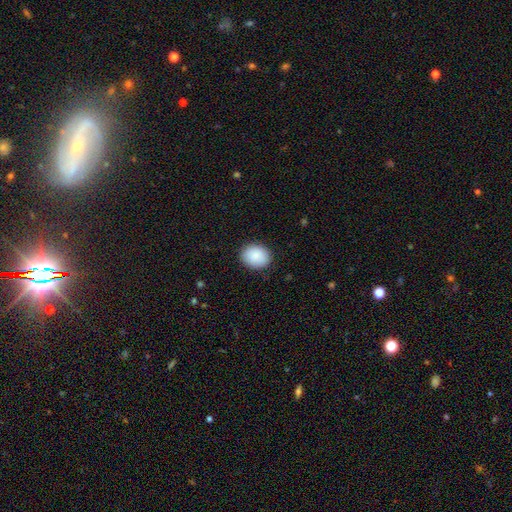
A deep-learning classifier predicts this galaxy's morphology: smooth 89%, star or artifact 7%, featured or disk 4%. Down the decision tree: how rounded — round (55%); merging — none (88%).